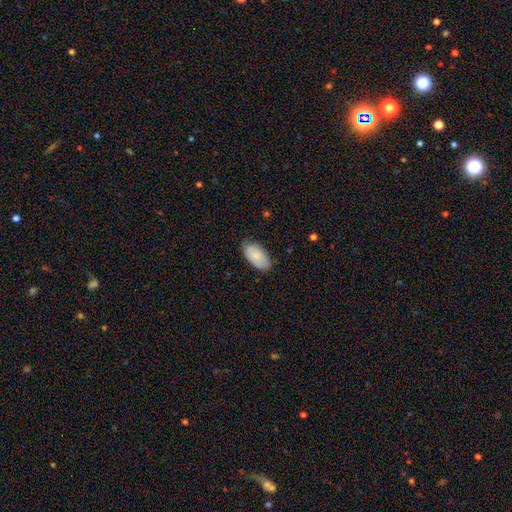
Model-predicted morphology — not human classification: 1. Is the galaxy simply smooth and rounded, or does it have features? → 82% smooth, 12% featured or disk, 6% star or artifact.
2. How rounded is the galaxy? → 95% in between, 3% round, 2% cigar-shaped.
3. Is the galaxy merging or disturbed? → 71% none, 24% minor disturbance, 4% major disturbance, 1% merger.